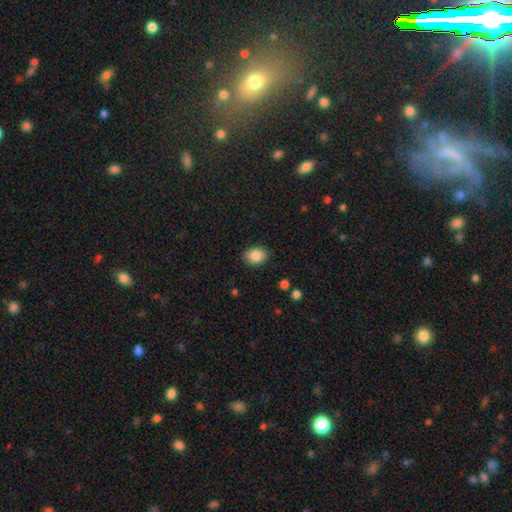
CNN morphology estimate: Smooth or featured: smooth — 86% (star or artifact — 8%)
How rounded: in between — 65% (round — 34%)
Merging: none — 87% (minor disturbance — 9%)